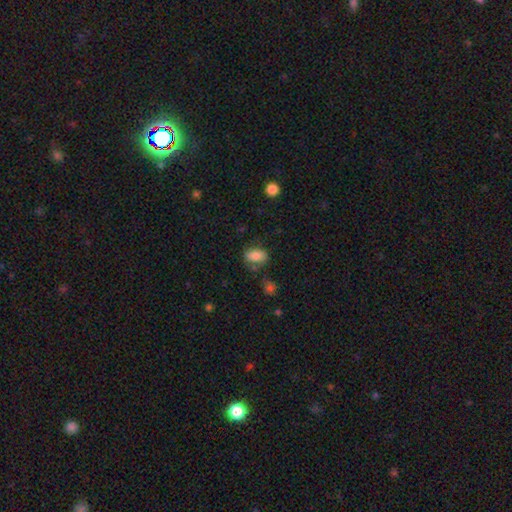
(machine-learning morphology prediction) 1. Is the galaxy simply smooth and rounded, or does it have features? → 80% smooth, 12% featured or disk, 9% star or artifact.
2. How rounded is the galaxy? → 86% in between, 10% round, 3% cigar-shaped.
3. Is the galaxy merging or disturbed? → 65% none, 21% minor disturbance, 7% merger, 7% major disturbance.